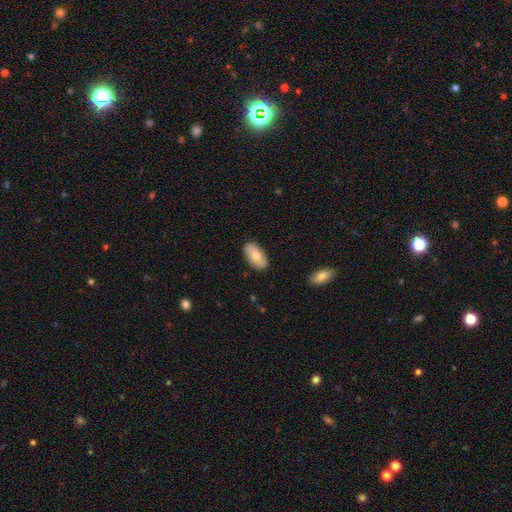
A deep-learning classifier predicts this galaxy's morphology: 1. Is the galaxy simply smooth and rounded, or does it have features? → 72% smooth, 22% featured or disk, 6% star or artifact.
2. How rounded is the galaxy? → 94% in between, 3% cigar-shaped, 3% round.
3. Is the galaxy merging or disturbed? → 84% none, 12% minor disturbance, 2% major disturbance, 1% merger.